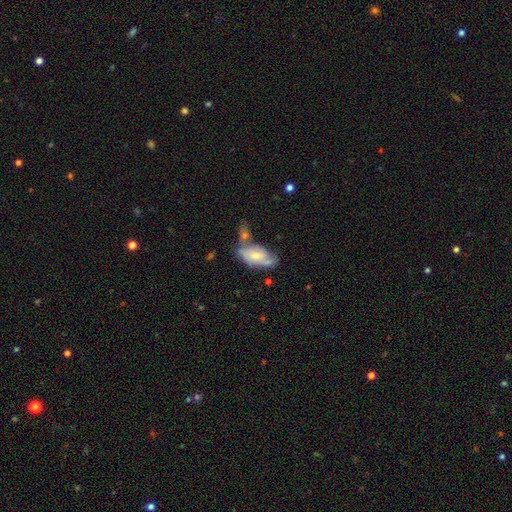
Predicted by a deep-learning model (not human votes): smooth-or-featured: featured or disk: 48% | smooth: 45% | star or artifact: 7%
  merging: none: 38% | merger: 25% | minor disturbance: 24% | major disturbance: 13%